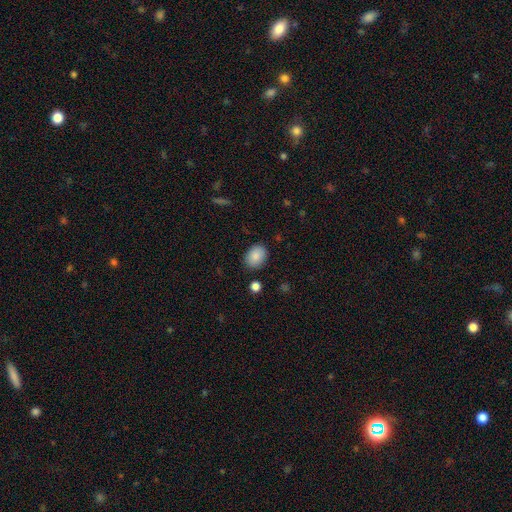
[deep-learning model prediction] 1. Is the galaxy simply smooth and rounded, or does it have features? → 88% smooth, 8% star or artifact, 5% featured or disk.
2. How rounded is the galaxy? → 65% in between, 34% round, 1% cigar-shaped.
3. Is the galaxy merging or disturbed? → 86% none, 10% minor disturbance, 3% major disturbance, 2% merger.